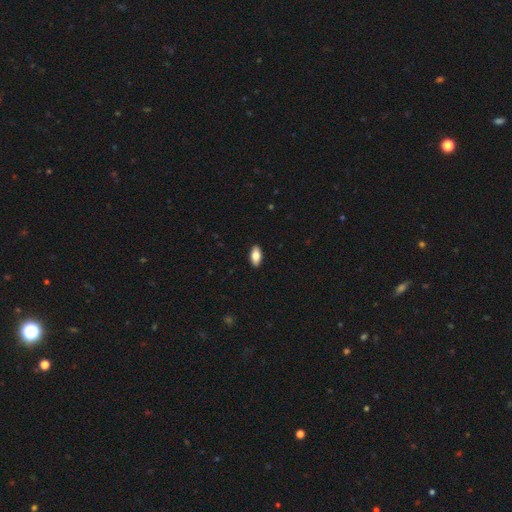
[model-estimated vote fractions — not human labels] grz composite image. It shows a smooth galaxy with no disk features (80%) that is in between round and cigar-shaped (90%). Merging: none (91%).